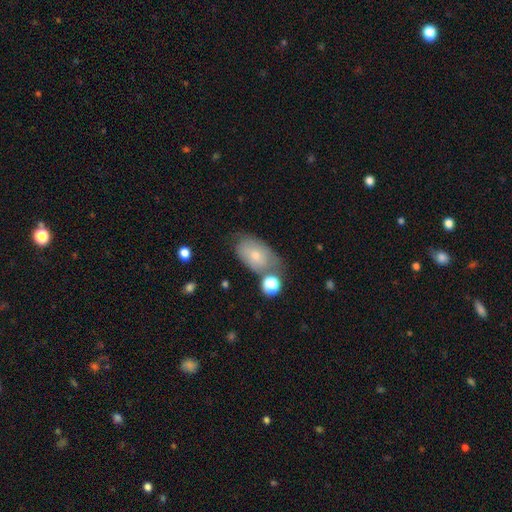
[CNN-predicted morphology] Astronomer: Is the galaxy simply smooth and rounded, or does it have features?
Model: smooth — 65%.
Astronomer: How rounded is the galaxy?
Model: in between — 89%.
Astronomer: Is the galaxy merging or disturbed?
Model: none — 50% (runner-up: minor disturbance, 26%).